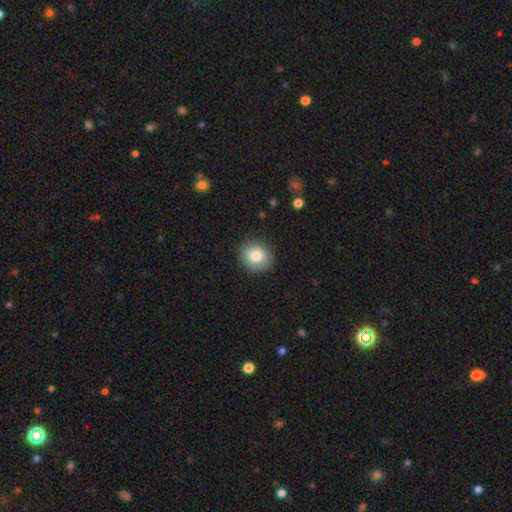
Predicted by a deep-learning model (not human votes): This is clearly a smooth galaxy (83%). How rounded: clearly round (82%). Merging: clearly none (88%).